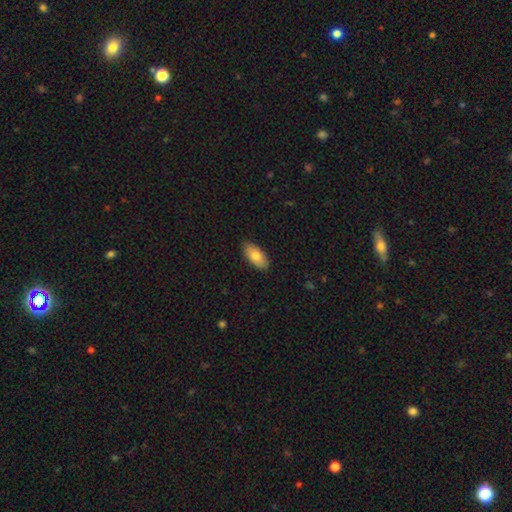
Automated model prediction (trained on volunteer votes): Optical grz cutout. It shows a smooth galaxy with no disk features (82%) that is in between round and cigar-shaped (91%). Merging: none (88%).